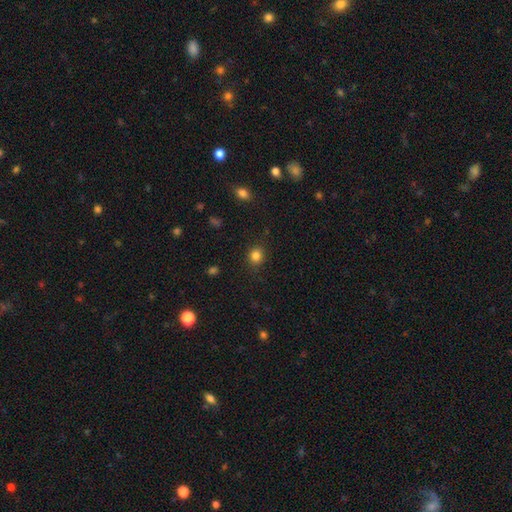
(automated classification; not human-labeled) Morphology: type=smooth (83%); roundness=round (77%); merging=none (86%).